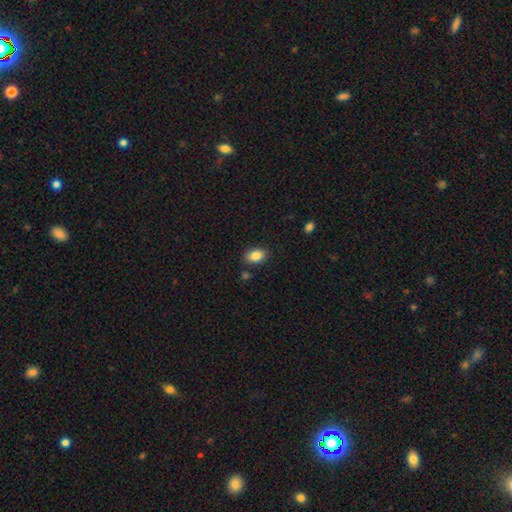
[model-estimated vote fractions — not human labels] Q: Smooth or featured?
A: smooth (86%); runner-up: star or artifact (8%)
Q: How rounded?
A: in between (86%); runner-up: round (13%)
Q: Merging?
A: none (83%); runner-up: minor disturbance (11%)